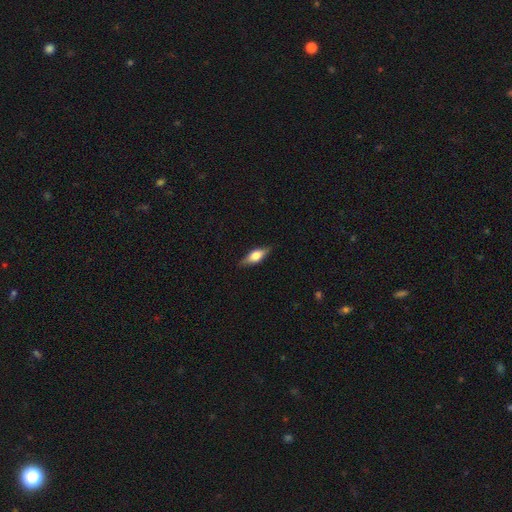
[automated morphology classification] This is possibly a smooth galaxy (51%). How rounded: likely in between (66%). Merging: clearly none (84%).